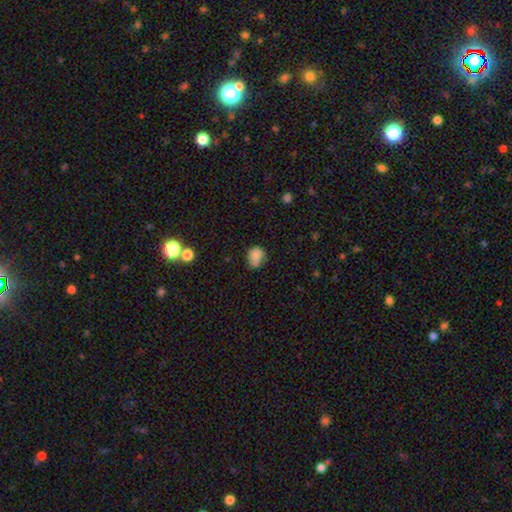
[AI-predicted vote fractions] This appears to be a smooth galaxy with no disk features (81%) that is in between round and cigar-shaped (52%). Merging: none (49%).